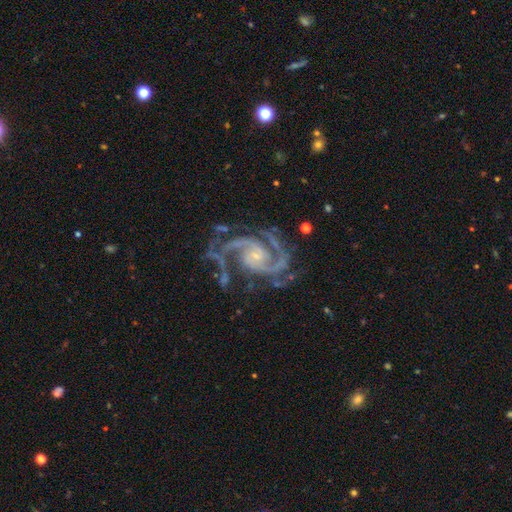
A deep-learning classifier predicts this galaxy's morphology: featured or disk 94%, star or artifact 5%, smooth 2%. Down the decision tree: edge-on disk — no (98%); bar — no (59%); spiral arms — yes (99%); spiral arm count — 2 (62%); spiral winding — medium (52%); bulge size — small (76%); merging — none (61%).